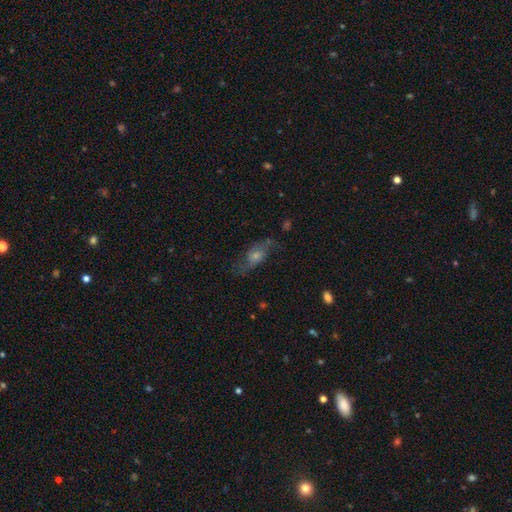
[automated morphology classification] Q: Smooth or featured?
A: featured or disk (57%); runner-up: smooth (30%)
Q: Edge-on disk?
A: no (82%); runner-up: yes (18%)
Q: Merging?
A: none (61%); runner-up: minor disturbance (20%)